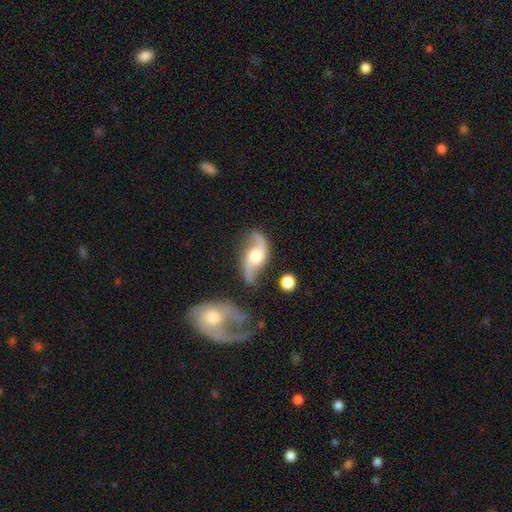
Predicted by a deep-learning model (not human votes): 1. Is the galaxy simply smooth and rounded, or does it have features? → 85% featured or disk, 10% smooth, 5% star or artifact.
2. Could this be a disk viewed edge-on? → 95% no, 5% yes.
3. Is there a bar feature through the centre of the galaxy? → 58% no, 34% weak, 8% strong.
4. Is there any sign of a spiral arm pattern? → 96% yes, 4% no.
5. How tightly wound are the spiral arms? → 74% loose, 21% medium, 5% tight.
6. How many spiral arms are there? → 93% 2, 2% 1, 2% can't tell, 1% 3, 1% 4, 1% more than 4.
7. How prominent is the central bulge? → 57% moderate, 27% large, 11% small, 3% none, 3% dominant.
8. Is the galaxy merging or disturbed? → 68% none, 18% minor disturbance, 8% major disturbance, 6% merger.